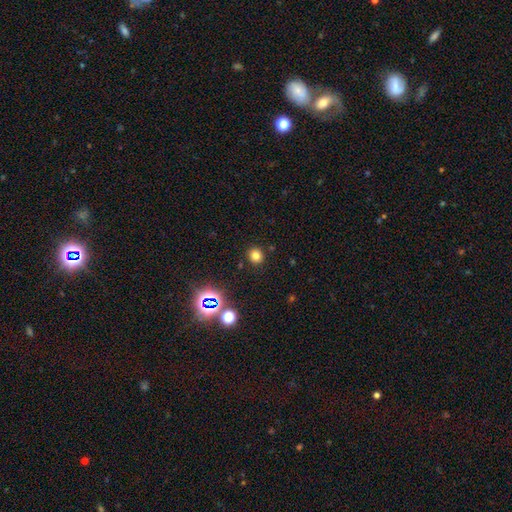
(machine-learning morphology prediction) The model was most divided on "smooth or featured": smooth: 76%, star or artifact: 18%, featured or disk: 6%. More confident: merging — none (89%); how rounded — round (87%).